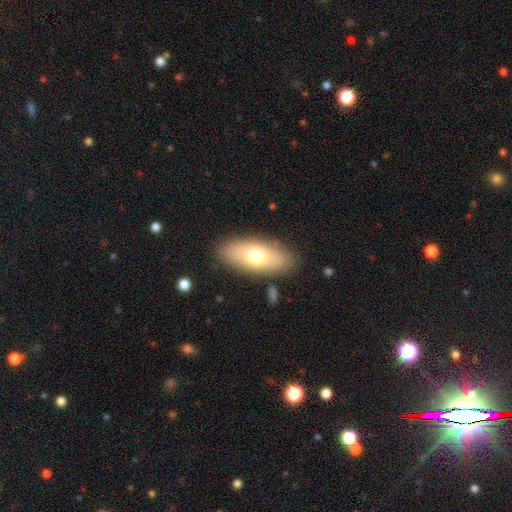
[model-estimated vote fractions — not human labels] This appears to be a smooth galaxy with no disk features (65%) that is in between round and cigar-shaped (87%). Merging: none (85%).